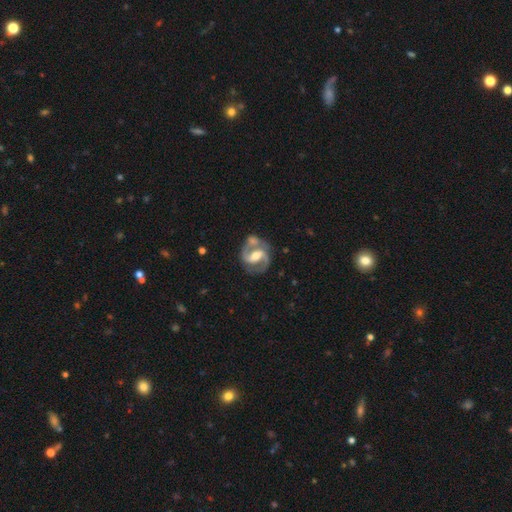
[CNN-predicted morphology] This is clearly a featured or disk galaxy (90%). It is clearly not viewed edge-on (98%). Bar: marginally strong (43%). Spiral arm pattern: clearly yes (97%). Spiral arm count: clearly 2 (92%). Spiral winding: likely medium (63%). Central bulge: likely moderate (64%). Merging: likely none (65%).